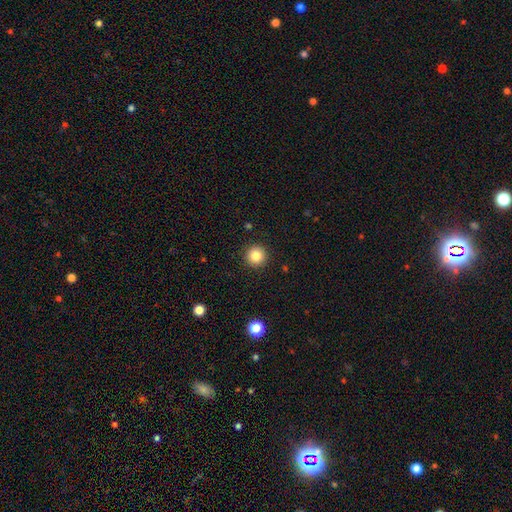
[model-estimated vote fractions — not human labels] Smooth or featured? smooth (84%)
How rounded? round (96%)
Merging? none (93%)